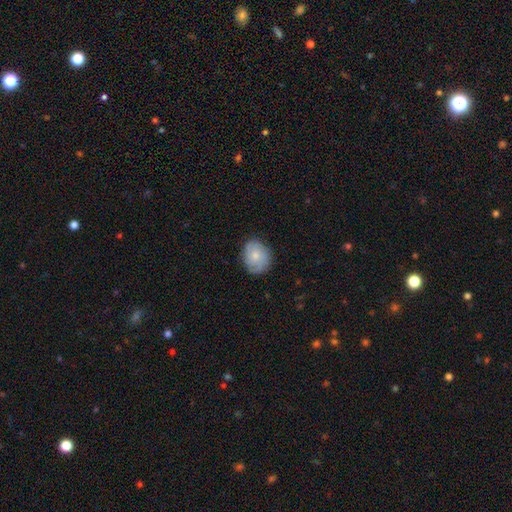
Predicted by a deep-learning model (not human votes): Q: Smooth or featured?
A: smooth (58%); runner-up: featured or disk (35%)
Q: How rounded?
A: round (54%); runner-up: in between (45%)
Q: Merging?
A: none (76%); runner-up: minor disturbance (19%)